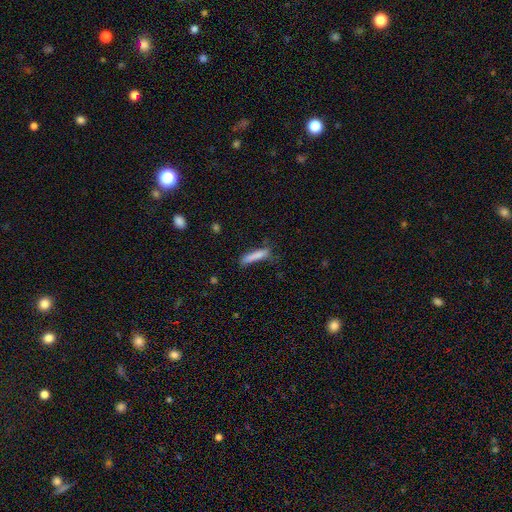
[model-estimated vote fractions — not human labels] This appears to be a smooth galaxy with no disk features (81%) that is cigar-shaped (88%). Merging: none (66%).